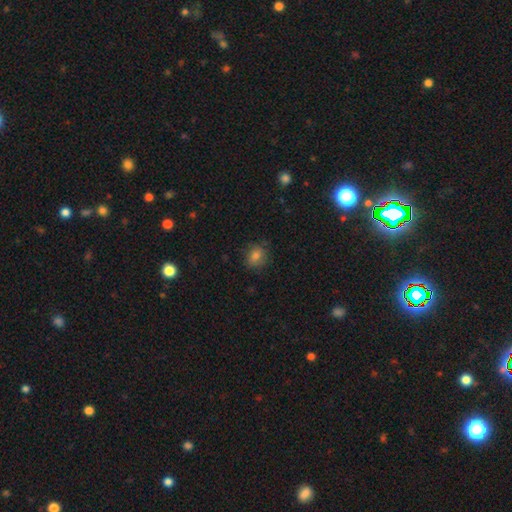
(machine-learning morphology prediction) Smooth or featured: smooth — 75% (star or artifact — 15%)
How rounded: round — 64% (in between — 34%)
Merging: none — 78% (minor disturbance — 17%)